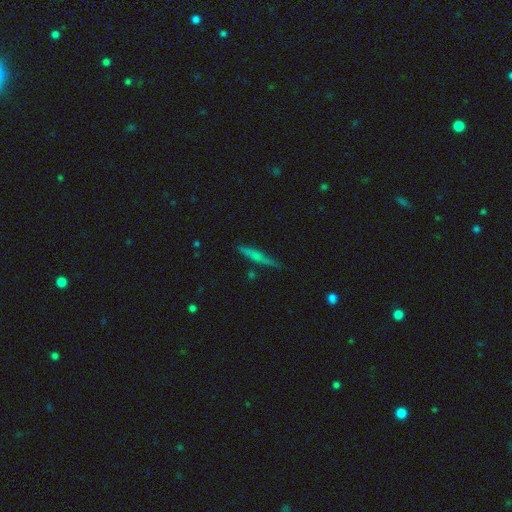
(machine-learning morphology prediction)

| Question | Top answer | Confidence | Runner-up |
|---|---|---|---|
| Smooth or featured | smooth | 55% | featured or disk (37%) |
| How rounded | cigar-shaped | 92% | in between (6%) |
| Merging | none | 80% | minor disturbance (15%) |